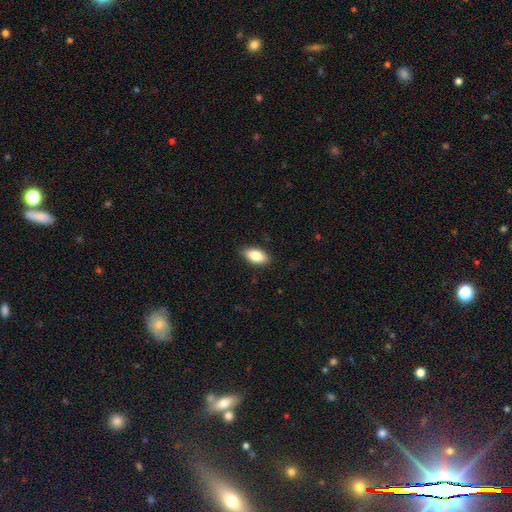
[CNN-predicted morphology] Smooth or featured: smooth — 82% (featured or disk — 12%)
How rounded: in between — 88% (cigar-shaped — 9%)
Merging: none — 86% (minor disturbance — 11%)